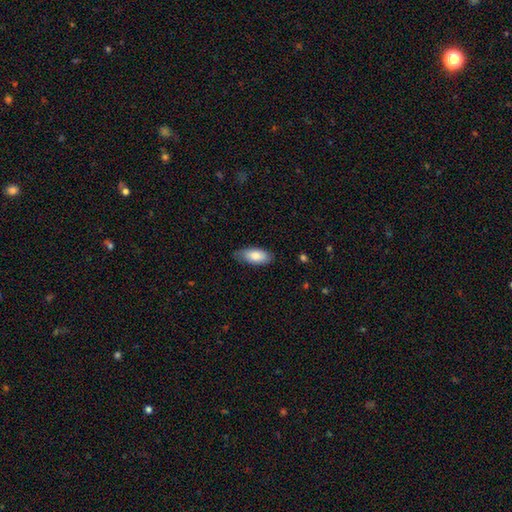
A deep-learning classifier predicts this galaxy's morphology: Overall: smooth (82%). How rounded: in between (87%). Merging: none (77%).